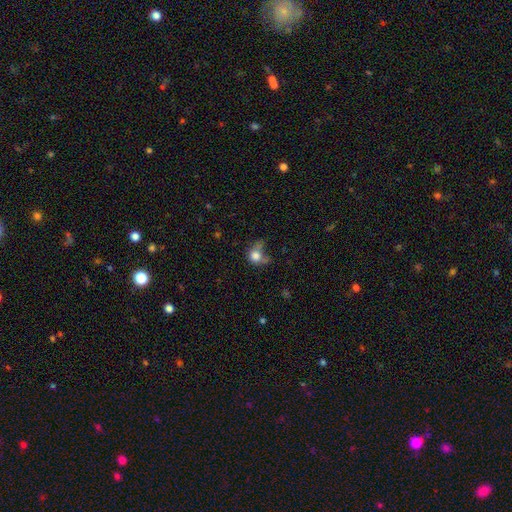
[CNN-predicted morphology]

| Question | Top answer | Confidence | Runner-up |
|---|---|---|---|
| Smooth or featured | smooth | 75% | featured or disk (14%) |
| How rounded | round | 67% | in between (31%) |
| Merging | major disturbance | 31% | none (29%) |